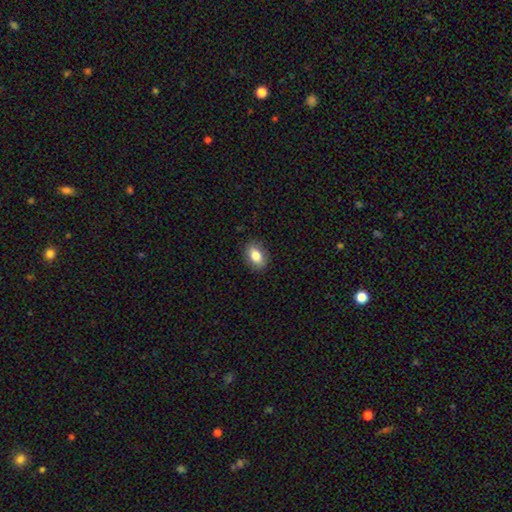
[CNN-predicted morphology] smooth-or-featured: smooth: 81% | featured or disk: 11% | star or artifact: 8%
  how-rounded: in between: 83% | round: 15% | cigar-shaped: 2%
  merging: none: 87% | minor disturbance: 9% | major disturbance: 2% | merger: 1%